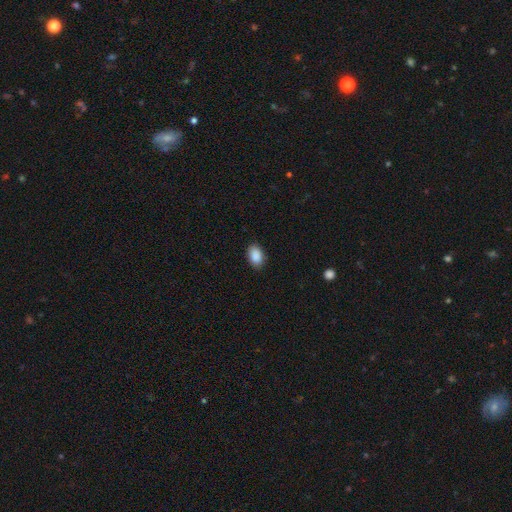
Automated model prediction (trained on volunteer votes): The model was most divided on "merging": none: 87%, minor disturbance: 10%, major disturbance: 2%, merger: 1%. More confident: smooth or featured — smooth (90%); how rounded — in between (88%).